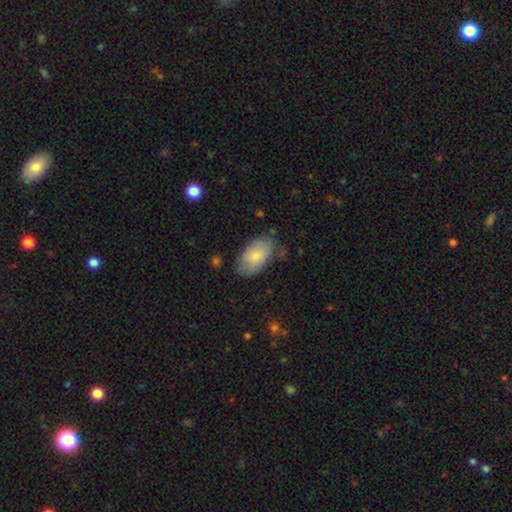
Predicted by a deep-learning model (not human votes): The model was most divided on "merging": none: 67%, minor disturbance: 24%, major disturbance: 6%, merger: 2%. More confident: how rounded — in between (94%); smooth or featured — smooth (76%).